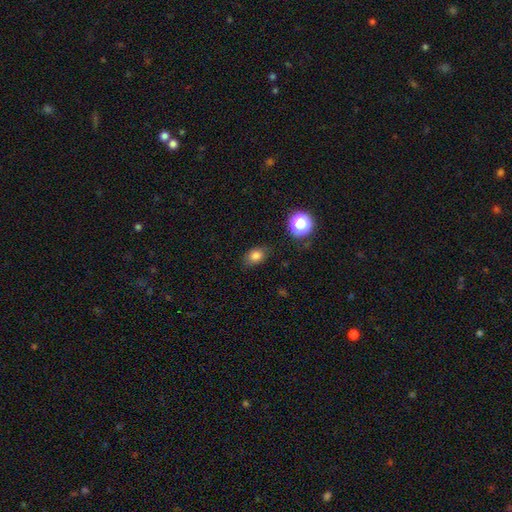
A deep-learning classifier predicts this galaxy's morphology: smooth_or_featured: smooth (p=0.80) [alt: star or artifact p=0.14]
how_rounded: in between (p=0.67) [alt: round p=0.32]
merging: none (p=0.79) [alt: minor disturbance p=0.15]